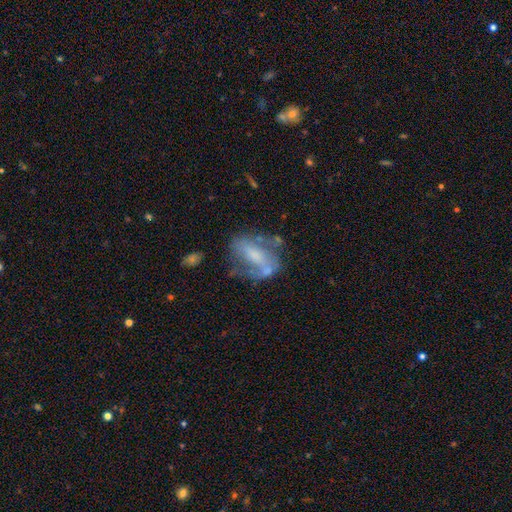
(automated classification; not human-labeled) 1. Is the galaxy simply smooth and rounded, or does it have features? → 65% featured or disk, 26% smooth, 9% star or artifact.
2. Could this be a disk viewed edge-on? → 93% no, 7% yes.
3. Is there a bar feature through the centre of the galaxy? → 36% weak, 34% no, 30% strong.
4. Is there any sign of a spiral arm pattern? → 59% yes, 41% no.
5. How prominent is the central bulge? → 37% moderate, 29% small, 20% none, 11% large, 2% dominant.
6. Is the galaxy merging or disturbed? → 47% none, 24% minor disturbance, 21% major disturbance, 8% merger.